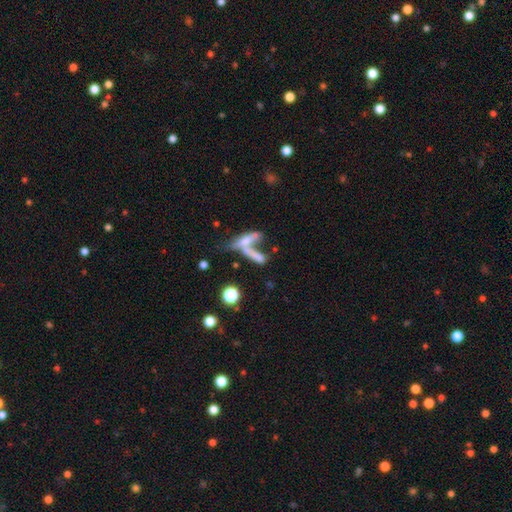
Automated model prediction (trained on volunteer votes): smooth_or_featured: smooth (p=0.56) [alt: featured or disk p=0.31]
how_rounded: cigar-shaped (p=0.64) [alt: in between p=0.31]
merging: merger (p=0.54) [alt: none p=0.27]